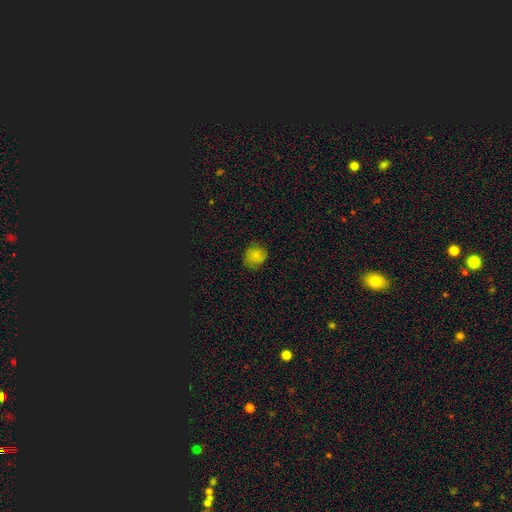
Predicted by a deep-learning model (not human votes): Smooth or featured? Predicted: smooth (p=0.80). How rounded? Predicted: round (p=0.78). Merging? Predicted: none (p=0.78).